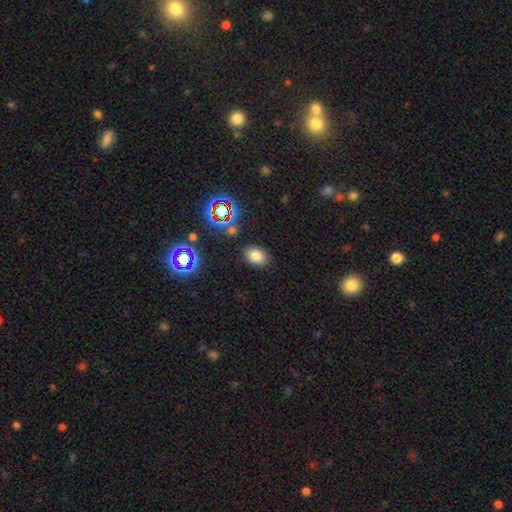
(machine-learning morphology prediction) A smooth galaxy with no disk features (75%) that is in between round and cigar-shaped (76%).

Vote fractions:
- Smooth or featured? smooth: 75% / star or artifact: 17% / featured or disk: 8%
- How rounded? in between: 76% / round: 23% / cigar-shaped: 1%
- Merging? none: 84% / minor disturbance: 10% / major disturbance: 3% / merger: 3%